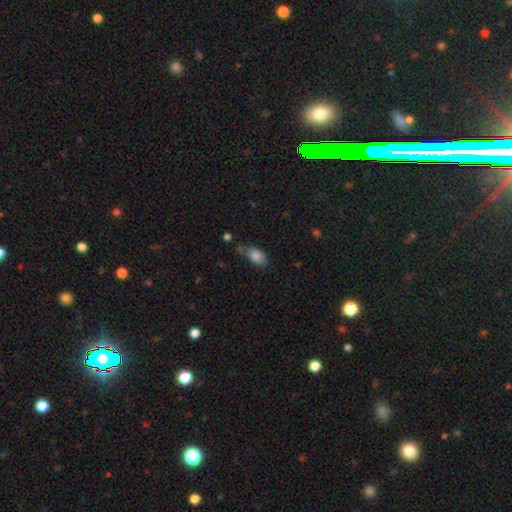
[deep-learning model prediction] smooth 84%, featured or disk 8%, star or artifact 8%. Down the decision tree: how rounded — in between (91%); merging — none (56%).